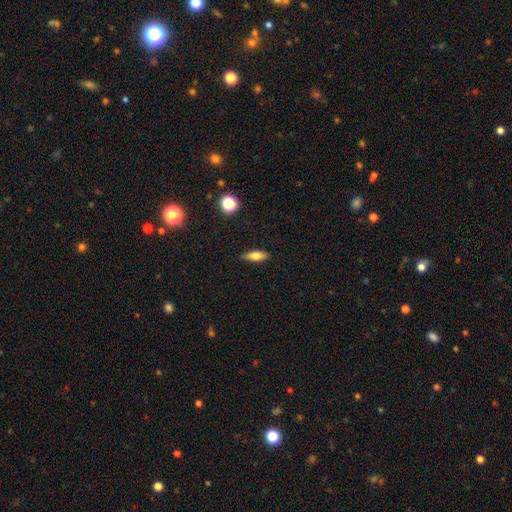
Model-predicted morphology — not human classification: Q: Smooth or featured?
A: smooth (65%); runner-up: featured or disk (27%)
Q: How rounded?
A: in between (61%); runner-up: cigar-shaped (35%)
Q: Merging?
A: none (86%); runner-up: minor disturbance (10%)